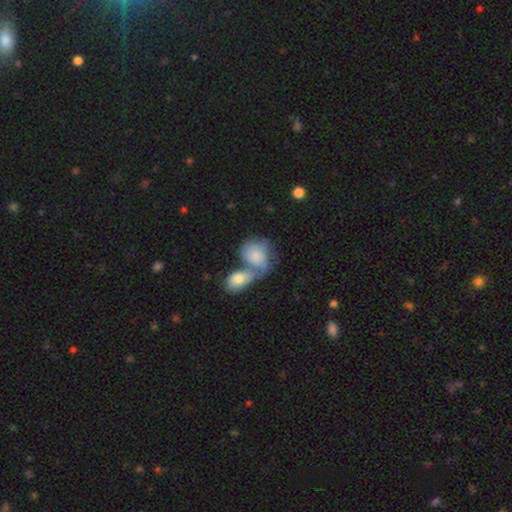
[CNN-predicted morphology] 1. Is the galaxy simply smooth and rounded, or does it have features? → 65% smooth, 29% featured or disk, 6% star or artifact.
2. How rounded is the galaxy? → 61% in between, 37% round, 2% cigar-shaped.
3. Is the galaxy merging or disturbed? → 61% merger, 20% none, 11% minor disturbance, 8% major disturbance.